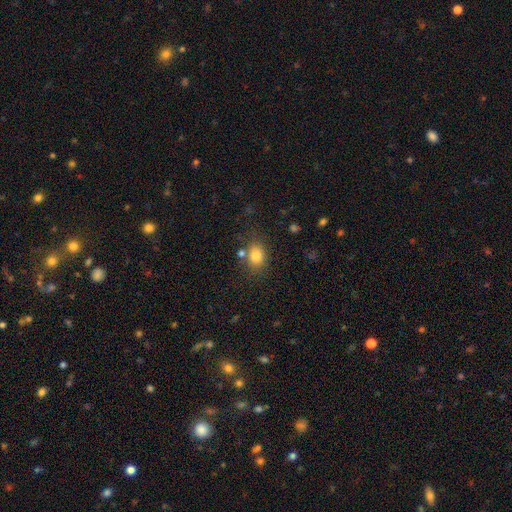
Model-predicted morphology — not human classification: Smooth or featured? smooth (82%)
How rounded? in between (54%)
Merging? none (70%)